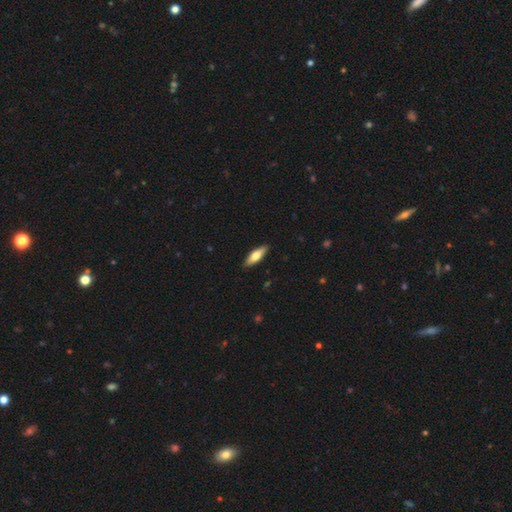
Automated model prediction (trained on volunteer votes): A smooth galaxy with no disk features (65%) that is in between round and cigar-shaped (53%).

Vote fractions:
- Smooth or featured? smooth: 65% / featured or disk: 29% / star or artifact: 6%
- How rounded? in between: 53% / cigar-shaped: 45% / round: 2%
- Merging? none: 88% / minor disturbance: 9% / major disturbance: 2% / merger: 1%